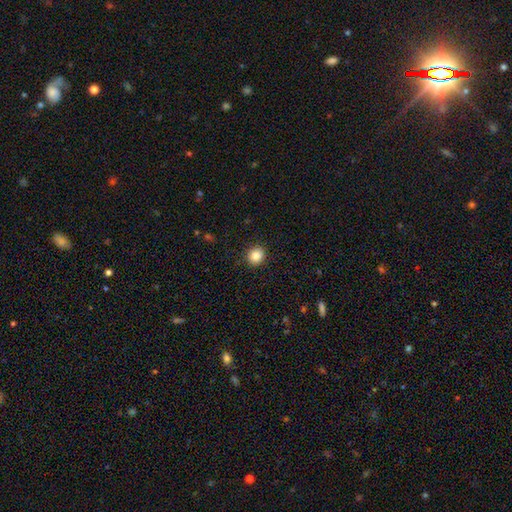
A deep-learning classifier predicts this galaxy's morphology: This is clearly a smooth galaxy (86%). How rounded: likely round (79%). Merging: clearly none (91%).